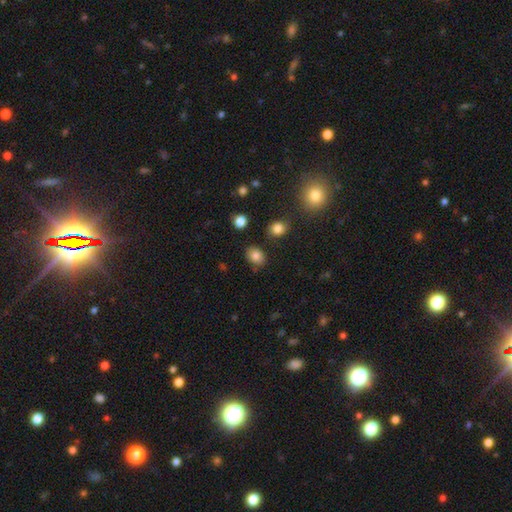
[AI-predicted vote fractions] This appears to be a smooth galaxy with no disk features (83%) that is in between round and cigar-shaped (62%). Merging: none (81%).